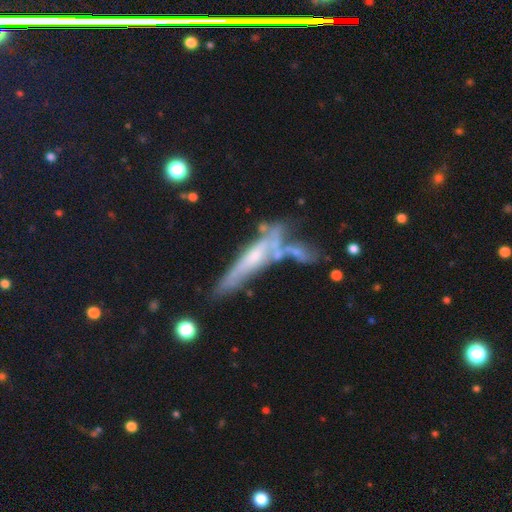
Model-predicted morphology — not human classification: smooth_or_featured: featured or disk (p=0.63) [alt: smooth p=0.29]
disk_edge_on: yes (p=0.75) [alt: no p=0.25]
merging: none (p=0.42) [alt: merger p=0.27]